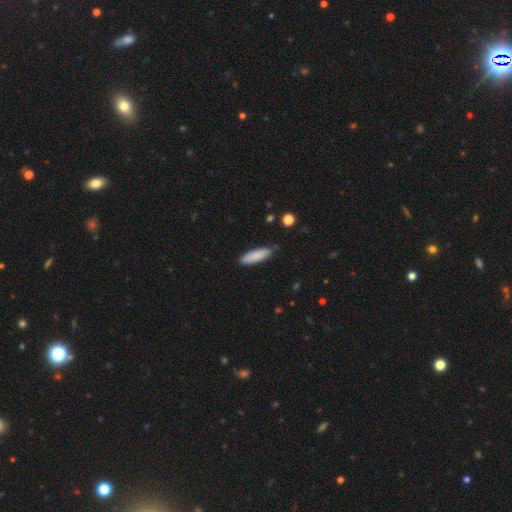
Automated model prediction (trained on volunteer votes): A smooth galaxy with no disk features (85%) that is cigar-shaped (53%).

Vote fractions:
- Smooth or featured? smooth: 85% / featured or disk: 9% / star or artifact: 6%
- How rounded? cigar-shaped: 53% / in between: 46% / round: 2%
- Merging? none: 80% / minor disturbance: 16% / major disturbance: 2% / merger: 2%